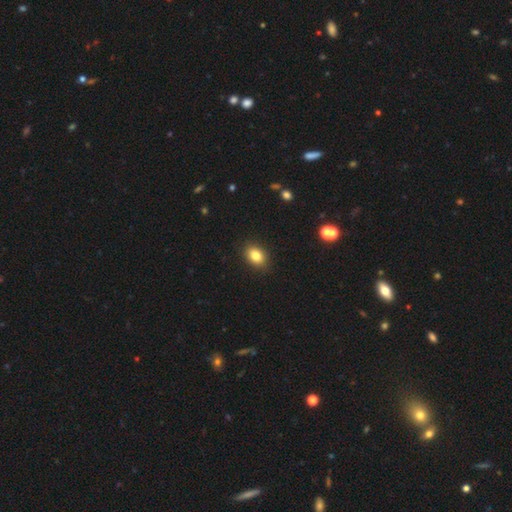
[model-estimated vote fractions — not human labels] Smooth or featured?
  - smooth: 83% *
  - star or artifact: 10%
  - featured or disk: 7%
How rounded?
  - in between: 77% *
  - round: 22%
  - cigar-shaped: 1%
Merging?
  - none: 89% *
  - minor disturbance: 8%
  - major disturbance: 2%
  - merger: 1%